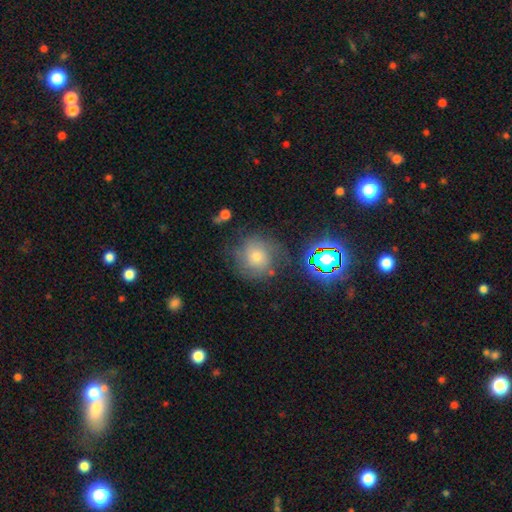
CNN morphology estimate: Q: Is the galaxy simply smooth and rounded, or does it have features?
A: smooth — 41%.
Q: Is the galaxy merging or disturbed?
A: none — 69%.